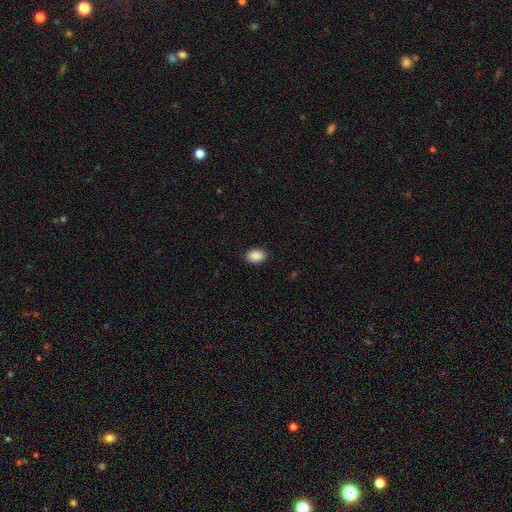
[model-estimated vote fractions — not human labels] smooth_or_featured: smooth (p=0.89) [alt: star or artifact p=0.07]
how_rounded: in between (p=0.87) [alt: round p=0.12]
merging: none (p=0.89) [alt: minor disturbance p=0.08]